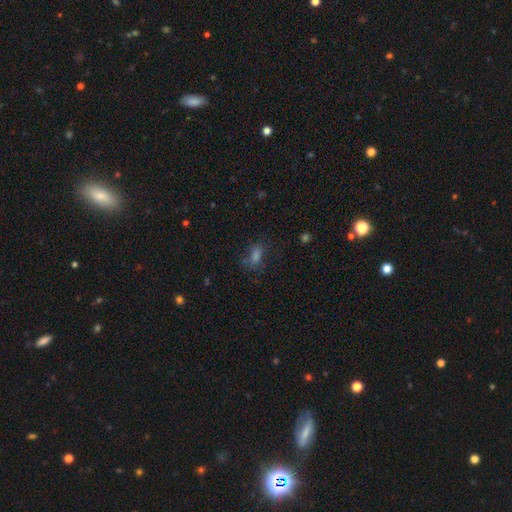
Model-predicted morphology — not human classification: Q: Smooth or featured?
A: smooth (57%); runner-up: star or artifact (28%)
Q: How rounded?
A: in between (74%); runner-up: round (19%)
Q: Merging?
A: none (63%); runner-up: minor disturbance (20%)